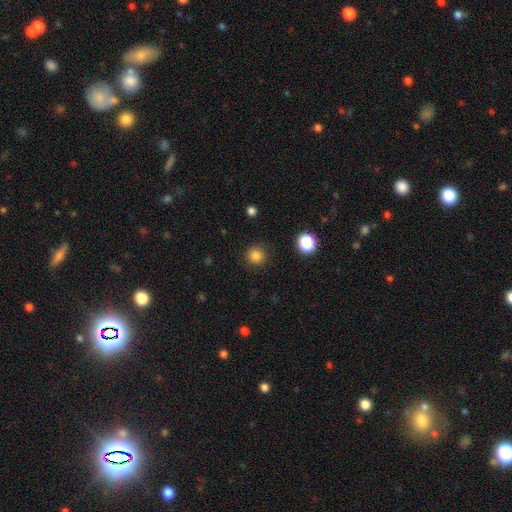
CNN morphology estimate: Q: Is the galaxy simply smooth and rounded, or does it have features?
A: smooth — 83%.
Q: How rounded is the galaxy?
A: round — 94%.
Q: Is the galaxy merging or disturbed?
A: none — 90%.